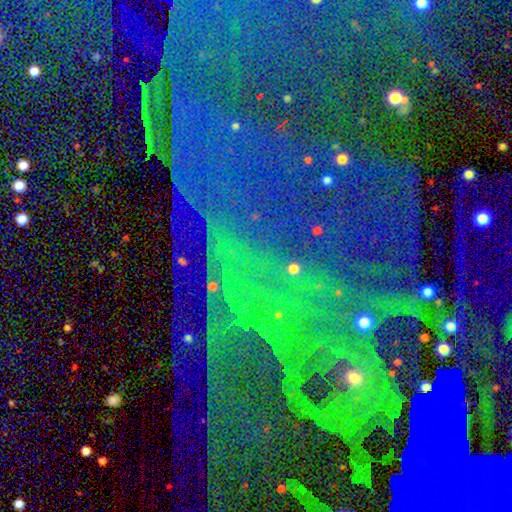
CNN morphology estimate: smooth_or_featured: star or artifact (p=0.85) [alt: featured or disk p=0.08]